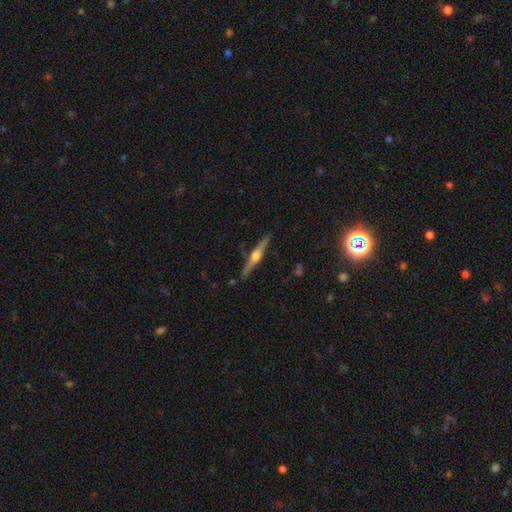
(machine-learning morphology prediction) Smooth or featured? featured or disk (77%)
Edge-on disk? yes (98%)
Edge-on bulge? rounded (93%)
Merging? none (88%)